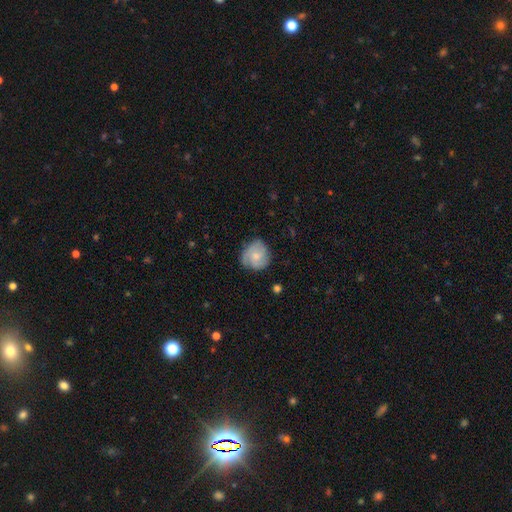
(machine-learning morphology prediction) Overall: smooth (51%; featured or disk 42%). How rounded: round (81%). Merging: none (66%).